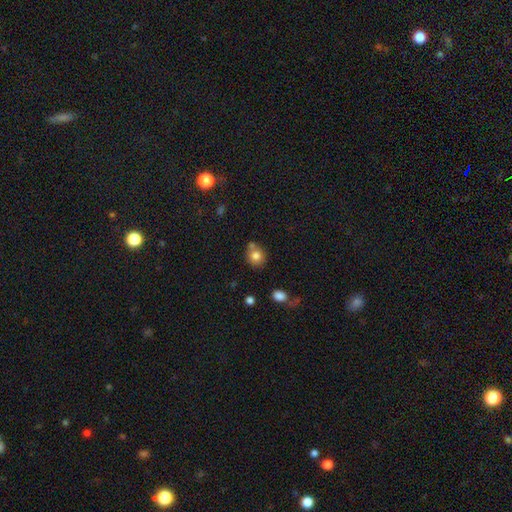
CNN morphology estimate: Smooth or featured? smooth (80%)
How rounded? round (80%)
Merging? none (63%)